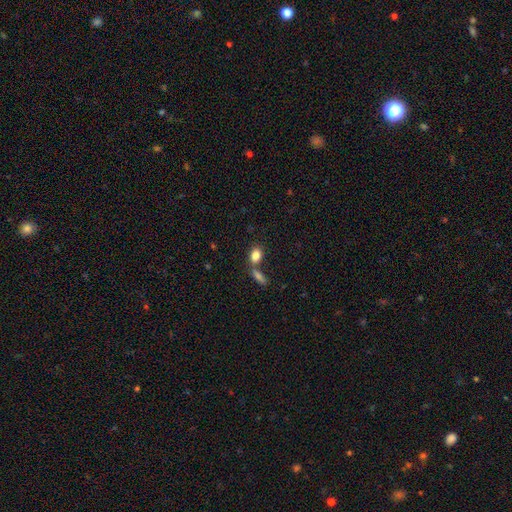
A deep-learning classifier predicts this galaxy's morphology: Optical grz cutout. It shows a smooth galaxy with no disk features (83%) that is in between round and cigar-shaped (73%). Merging: none (49%).